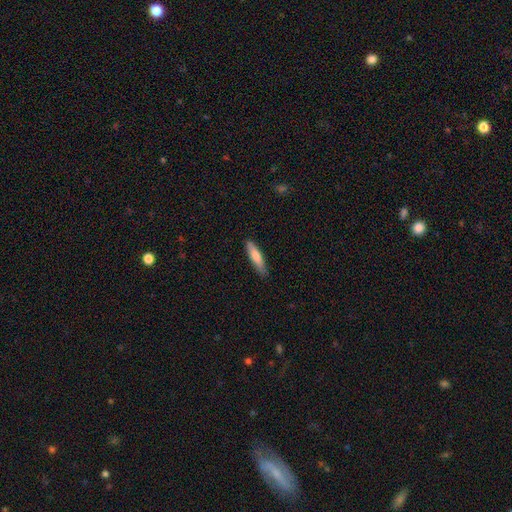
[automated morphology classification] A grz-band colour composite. It shows a smooth galaxy with no disk features (72%) that is cigar-shaped (82%). Merging: none (86%).